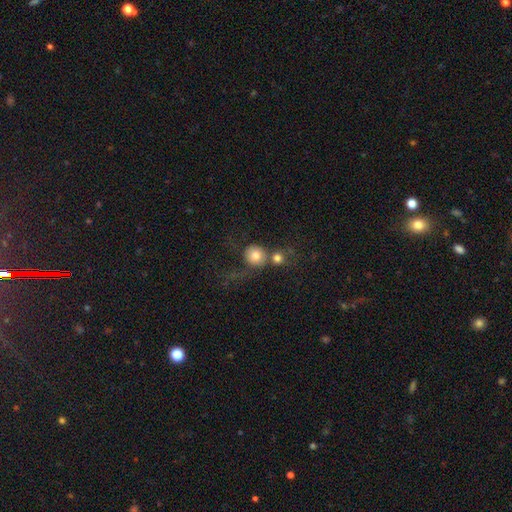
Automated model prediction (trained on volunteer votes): smooth-or-featured: smooth: 77% | featured or disk: 12% | star or artifact: 11%
  how-rounded: round: 88% | in between: 11% | cigar-shaped: 1%
  merging: none: 42% | merger: 38% | minor disturbance: 10% | major disturbance: 10%